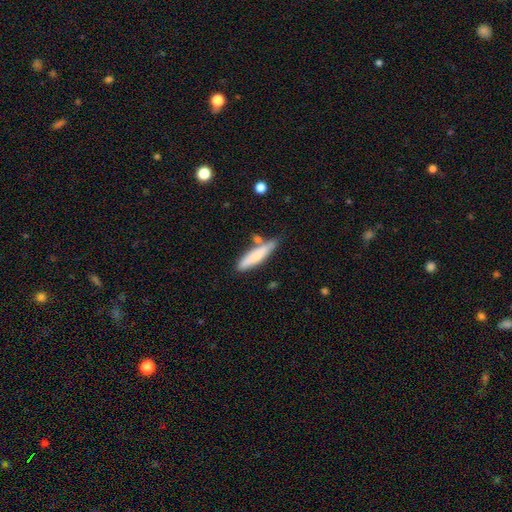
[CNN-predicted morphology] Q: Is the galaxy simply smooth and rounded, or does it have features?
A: smooth — 76%.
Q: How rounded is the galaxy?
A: cigar-shaped — 77%.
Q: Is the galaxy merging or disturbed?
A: none — 67%.